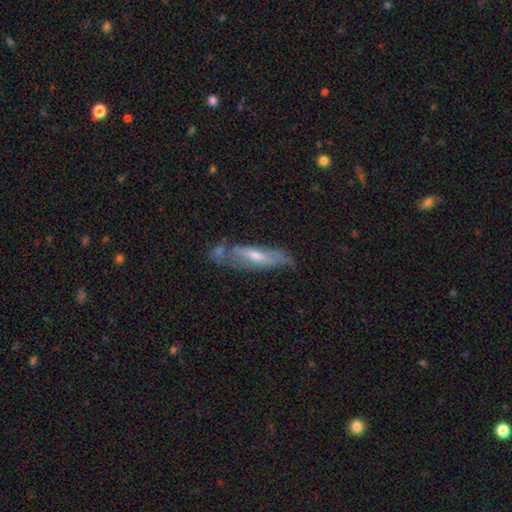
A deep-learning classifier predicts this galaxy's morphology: A featured or disk galaxy (59%) viewed edge-on (55%). Merging: none (59%).